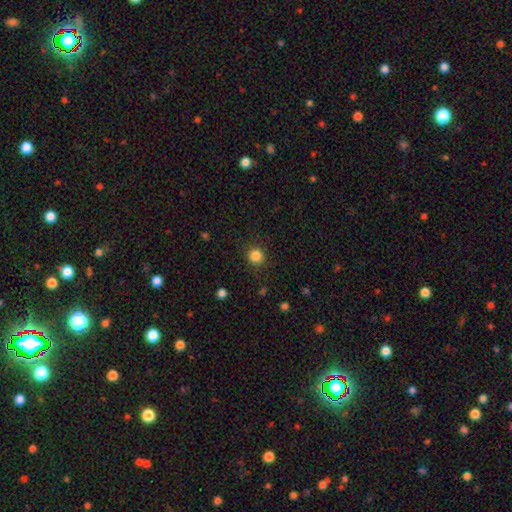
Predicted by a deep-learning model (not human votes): Overall: smooth (84%). How rounded: round (93%). Merging: none (90%).